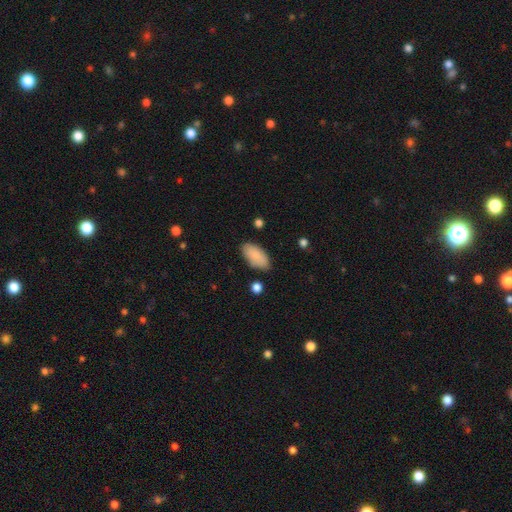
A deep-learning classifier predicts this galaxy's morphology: smooth_or_featured: smooth (p=0.88) [alt: star or artifact p=0.06]
how_rounded: in between (p=0.93) [alt: cigar-shaped p=0.05]
merging: none (p=0.82) [alt: minor disturbance p=0.13]